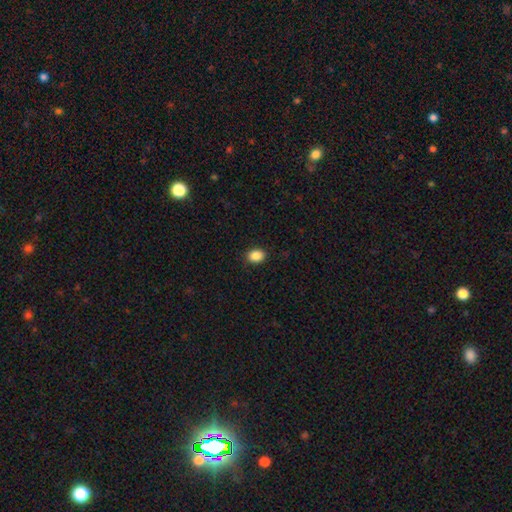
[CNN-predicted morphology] type=smooth (88%); roundness=in between (63%); merging=none (89%).